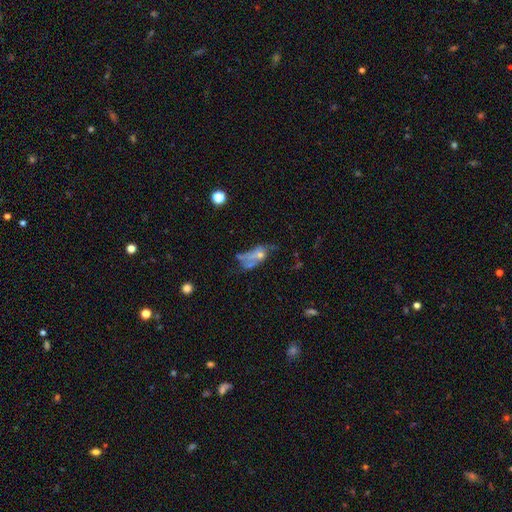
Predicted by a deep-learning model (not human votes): smooth-or-featured: featured or disk: 43% | smooth: 38% | star or artifact: 19%
  merging: major disturbance: 34% | merger: 28% | none: 22% | minor disturbance: 16%